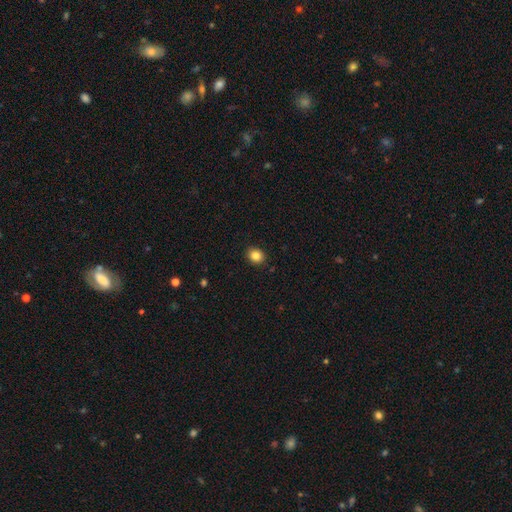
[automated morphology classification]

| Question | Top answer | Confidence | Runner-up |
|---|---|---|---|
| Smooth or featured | smooth | 84% | star or artifact (10%) |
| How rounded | round | 61% | in between (38%) |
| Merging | none | 90% | minor disturbance (7%) |